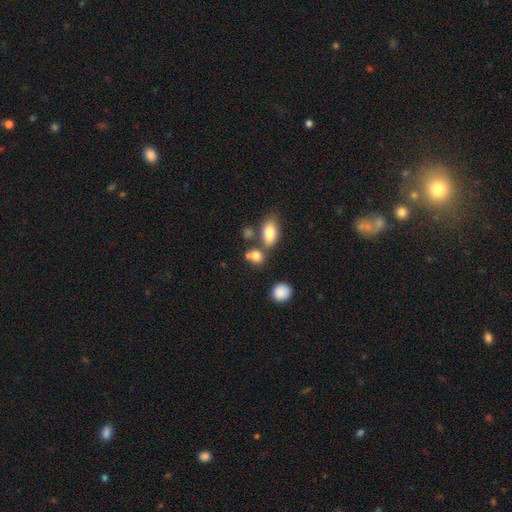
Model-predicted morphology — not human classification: smooth 81%, star or artifact 11%, featured or disk 8%. Down the decision tree: how rounded — in between (55%); merging — none (52%).